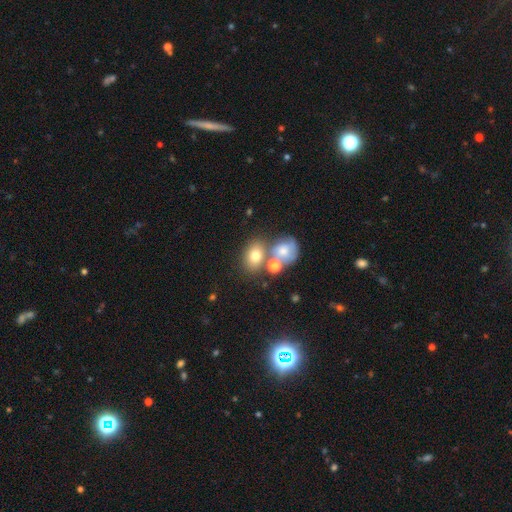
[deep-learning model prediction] Overall: smooth (71%). How rounded: in between (60%; round 39%). Merging: none (50%; merger 32%).